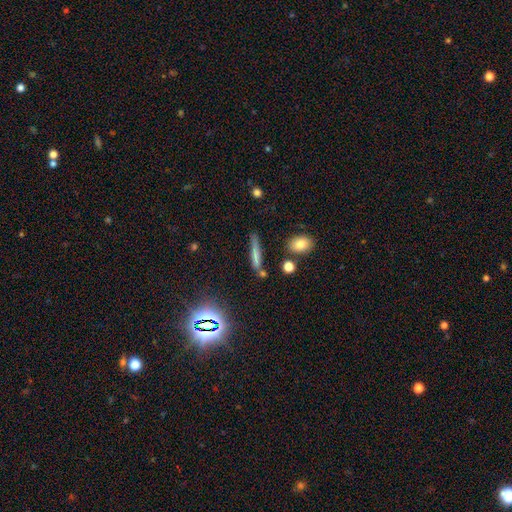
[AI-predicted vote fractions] Smooth or featured: smooth — 66% (featured or disk — 22%)
How rounded: cigar-shaped — 88% (in between — 9%)
Merging: none — 71% (minor disturbance — 16%)